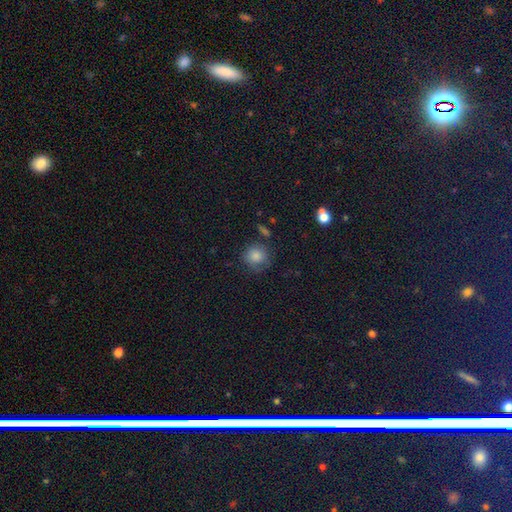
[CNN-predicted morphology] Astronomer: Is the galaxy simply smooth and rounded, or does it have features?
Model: smooth — 79%.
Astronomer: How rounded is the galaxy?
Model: round — 89%.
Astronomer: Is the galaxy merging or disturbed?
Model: none — 72%.